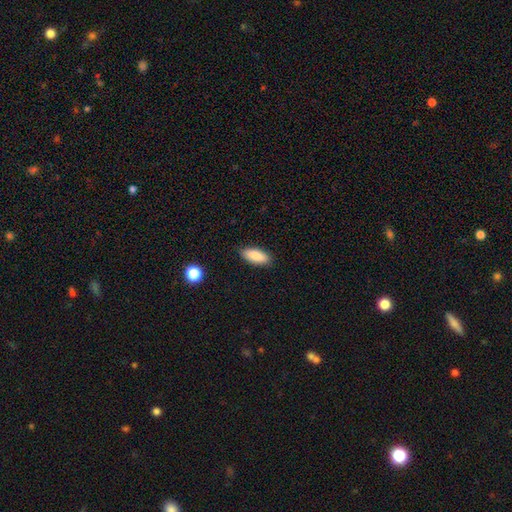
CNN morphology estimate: type=smooth (86%); roundness=in between (83%); merging=none (88%).